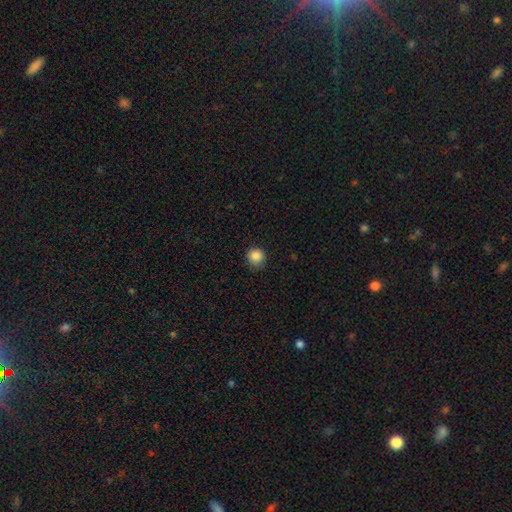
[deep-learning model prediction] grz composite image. It shows a smooth galaxy with no disk features (86%) that is round (93%). Merging: none (86%).